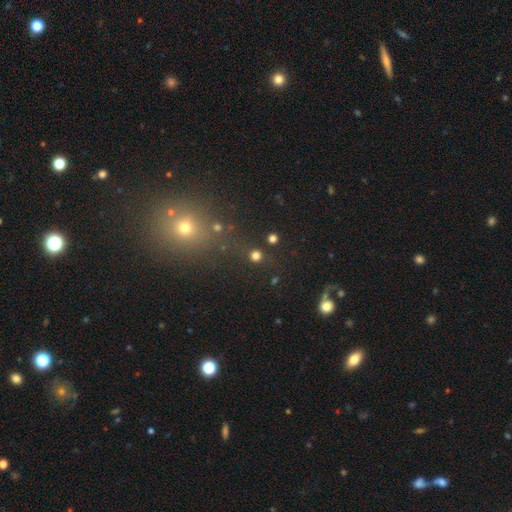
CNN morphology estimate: Smooth or featured?
  - smooth: 75% *
  - star or artifact: 20%
  - featured or disk: 5%
How rounded?
  - round: 93% *
  - in between: 6%
  - cigar-shaped: 1%
Merging?
  - none: 84% *
  - minor disturbance: 7%
  - merger: 6%
  - major disturbance: 4%